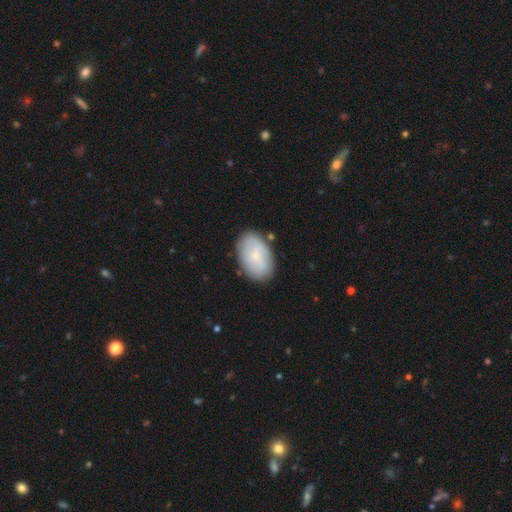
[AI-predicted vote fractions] Smooth or featured?
  - smooth: 55% *
  - featured or disk: 39%
  - star or artifact: 6%
How rounded?
  - in between: 89% *
  - round: 9%
  - cigar-shaped: 1%
Merging?
  - none: 81% *
  - minor disturbance: 13%
  - major disturbance: 3%
  - merger: 2%